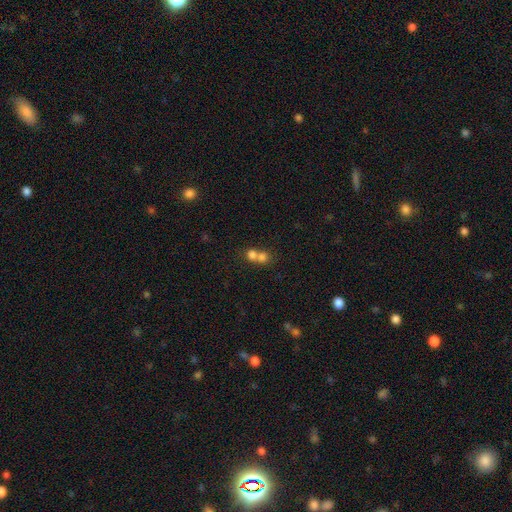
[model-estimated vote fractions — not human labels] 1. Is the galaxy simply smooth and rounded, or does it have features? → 75% smooth, 13% featured or disk, 12% star or artifact.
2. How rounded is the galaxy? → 75% round, 24% in between, 1% cigar-shaped.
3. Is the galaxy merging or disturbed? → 65% merger, 28% none, 4% minor disturbance, 3% major disturbance.